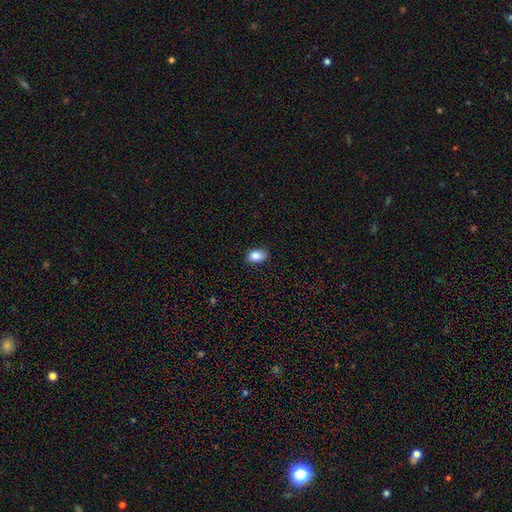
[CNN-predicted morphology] This is clearly a smooth galaxy (86%). How rounded: clearly in between (85%). Merging: clearly none (84%).